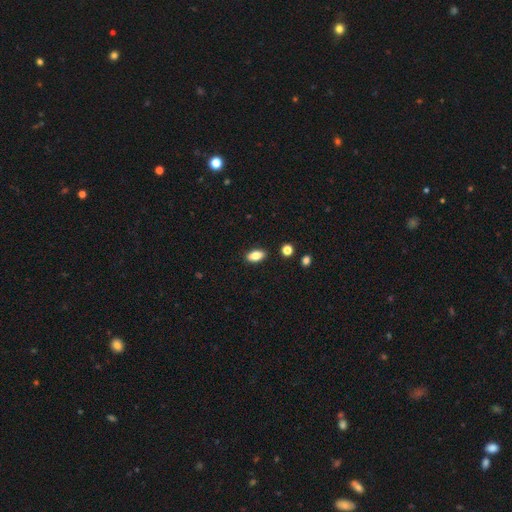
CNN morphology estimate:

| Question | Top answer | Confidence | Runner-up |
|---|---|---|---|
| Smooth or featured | smooth | 82% | featured or disk (10%) |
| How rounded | in between | 89% | cigar-shaped (6%) |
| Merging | none | 89% | minor disturbance (8%) |